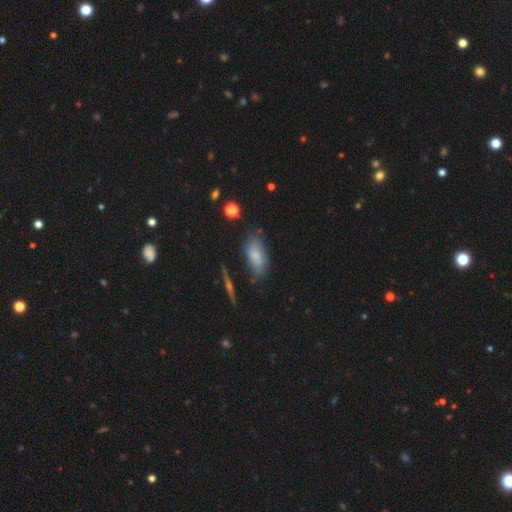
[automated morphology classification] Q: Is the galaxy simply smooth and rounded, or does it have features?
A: smooth — 73%.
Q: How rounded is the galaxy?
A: in between — 89%.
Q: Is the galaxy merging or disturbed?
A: none — 65%.